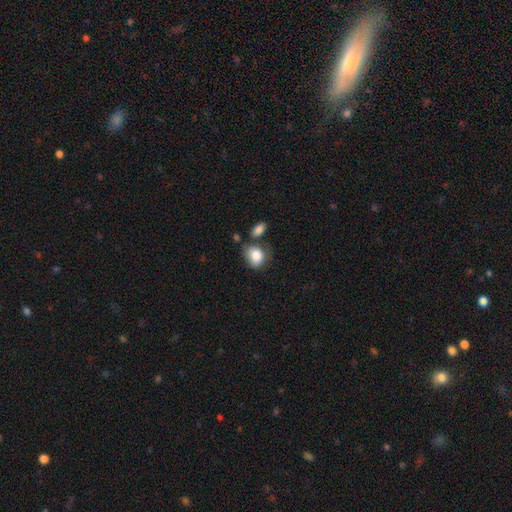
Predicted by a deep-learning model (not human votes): This is clearly a smooth galaxy (83%). How rounded: likely in between (62%). Merging: possibly none (45%).